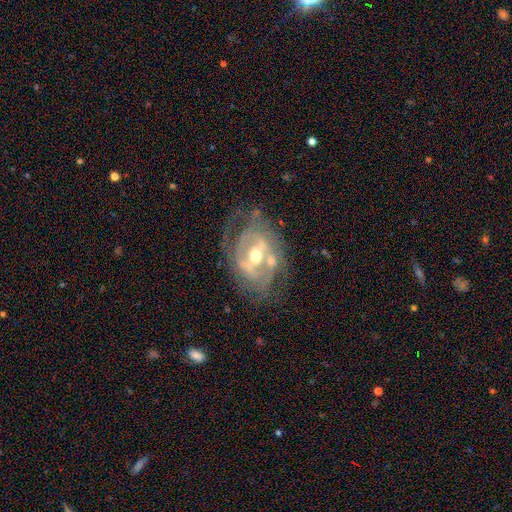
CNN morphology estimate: Smooth or featured? Predicted: featured or disk (p=0.84). Edge-on disk? Predicted: no (p=0.95). Bar? Predicted: strong (p=0.46). Spiral arms? Predicted: yes (p=0.74). Spiral winding? Predicted: tight (p=0.47). Spiral arm count? Predicted: 2 (p=0.49). Bulge size? Predicted: moderate (p=0.64). Merging? Predicted: none (p=0.54).